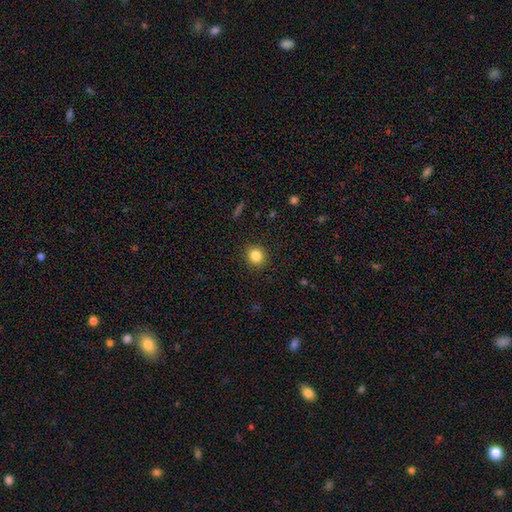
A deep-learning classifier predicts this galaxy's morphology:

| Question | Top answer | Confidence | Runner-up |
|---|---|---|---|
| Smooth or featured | smooth | 83% | star or artifact (11%) |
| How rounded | round | 88% | in between (11%) |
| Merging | none | 91% | minor disturbance (6%) |